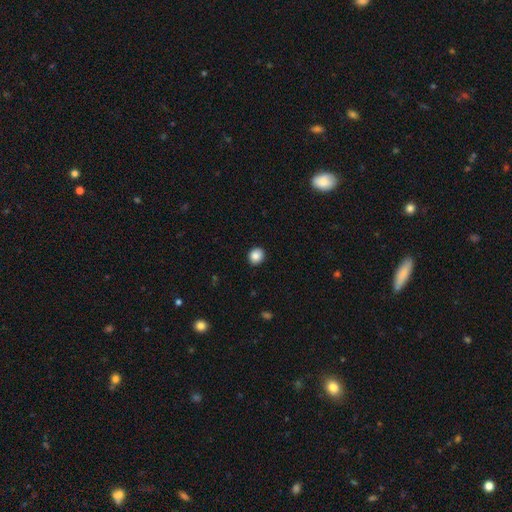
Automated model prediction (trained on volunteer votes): Smooth or featured? smooth (88%)
How rounded? round (77%)
Merging? none (91%)